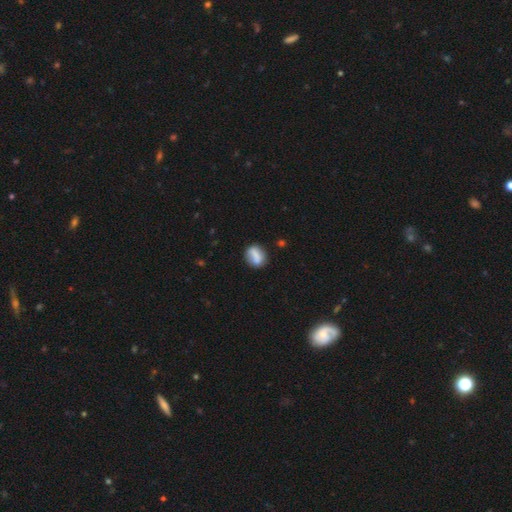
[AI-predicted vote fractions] This appears to be a smooth galaxy with no disk features (70%) that is in between round and cigar-shaped (48%). Merging: none (65%).